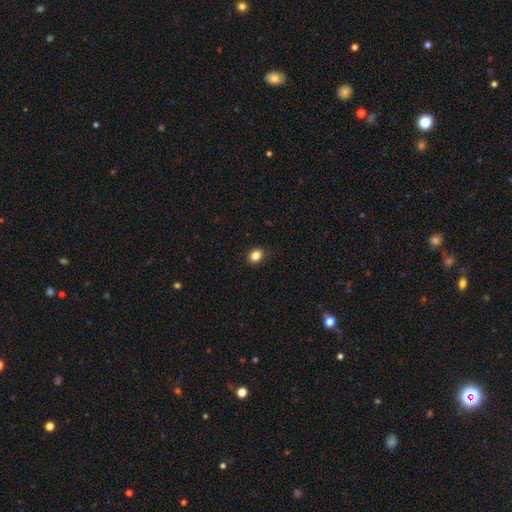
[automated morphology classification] Smooth or featured: smooth — 85% (star or artifact — 10%)
How rounded: in between — 57% (round — 42%)
Merging: none — 89% (minor disturbance — 8%)